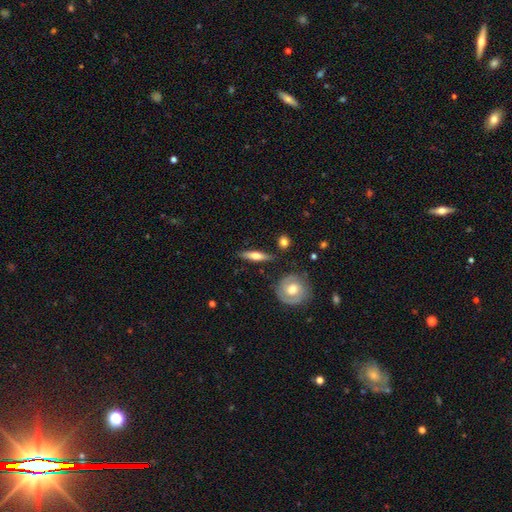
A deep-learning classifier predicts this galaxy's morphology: A smooth galaxy with no disk features (51%) that is cigar-shaped (69%). Merging: none (83%).